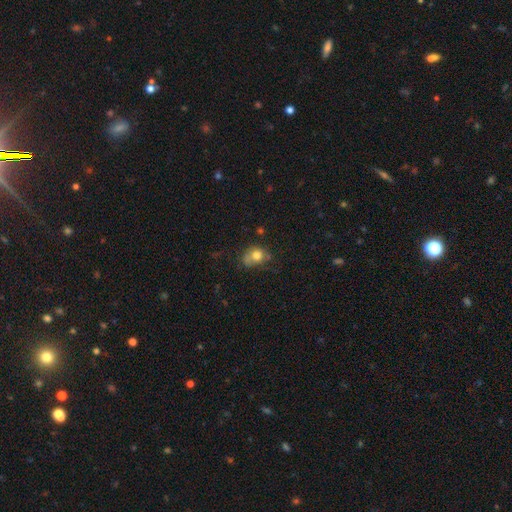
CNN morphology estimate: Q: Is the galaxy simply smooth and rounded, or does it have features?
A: smooth — 73%.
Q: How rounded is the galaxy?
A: round — 54%.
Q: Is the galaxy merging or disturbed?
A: none — 45%.